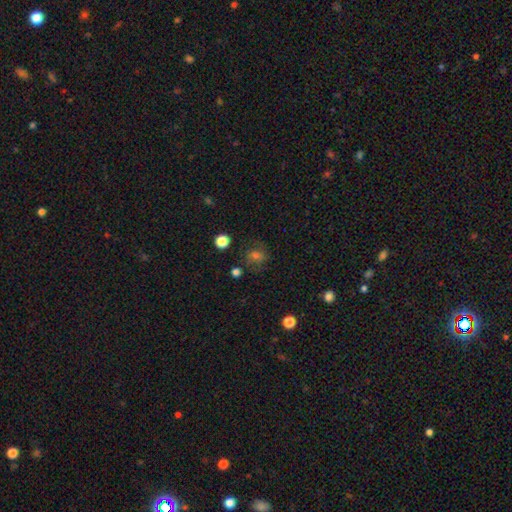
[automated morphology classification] type=smooth (56%); roundness=round (68%); merging=none (72%).